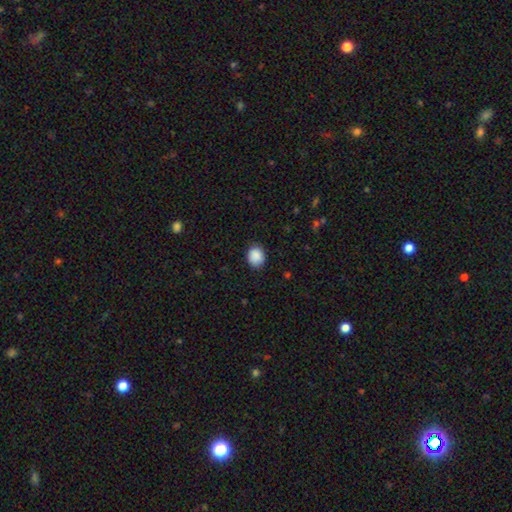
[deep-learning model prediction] Overall: smooth (89%). How rounded: round (63%; in between 37%). Merging: none (84%).